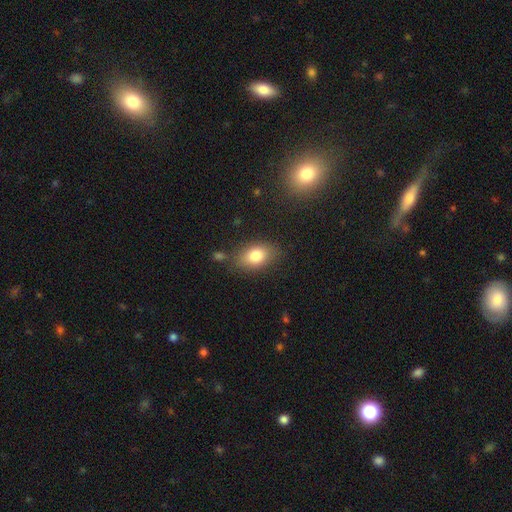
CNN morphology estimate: Overall: smooth (82%). How rounded: in between (86%). Merging: none (77%).